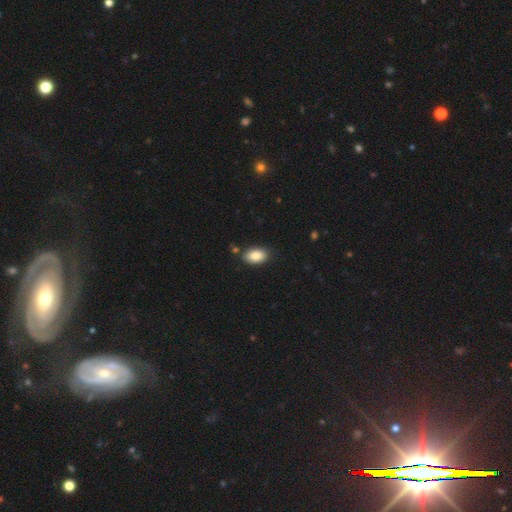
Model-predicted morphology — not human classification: This is clearly a smooth galaxy (86%). How rounded: clearly in between (92%). Merging: clearly none (83%).